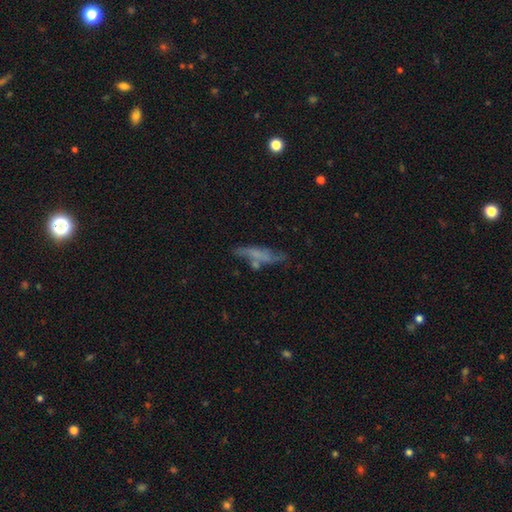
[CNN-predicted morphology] This appears to be a smooth galaxy with no disk features (50%). Merging: none (52%).